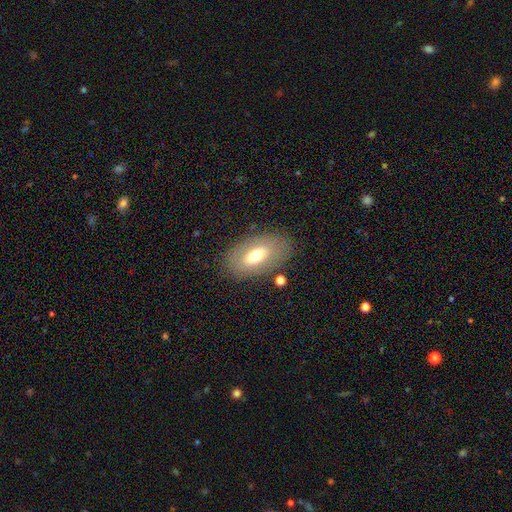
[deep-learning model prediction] Smooth or featured: smooth — 59% (featured or disk — 33%)
How rounded: in between — 91% (round — 5%)
Merging: none — 80% (minor disturbance — 12%)